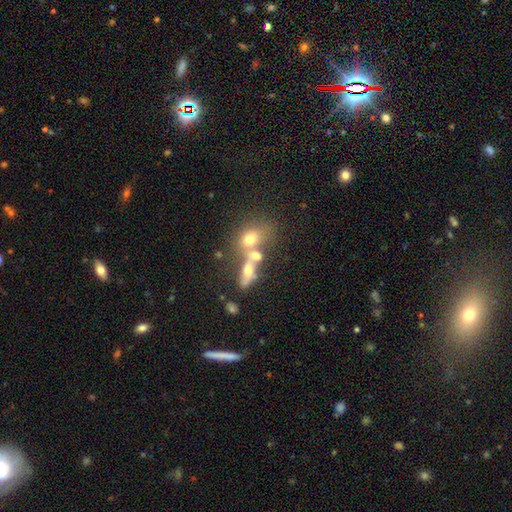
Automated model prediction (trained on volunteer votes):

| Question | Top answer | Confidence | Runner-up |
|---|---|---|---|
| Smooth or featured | smooth | 59% | featured or disk (28%) |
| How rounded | in between | 58% | round (34%) |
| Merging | merger | 59% | none (26%) |